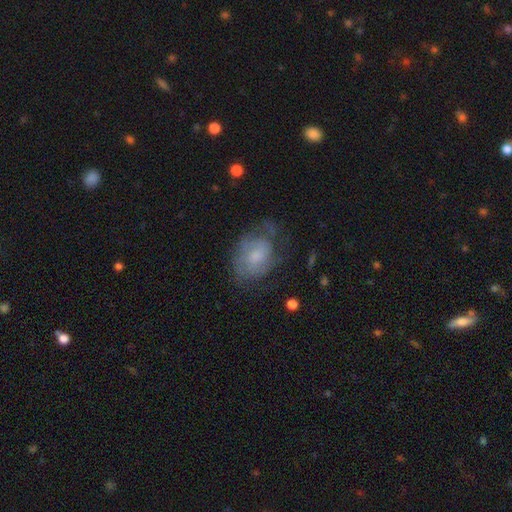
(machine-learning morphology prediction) smooth-or-featured: featured or disk: 48% | smooth: 44% | star or artifact: 9%
  merging: none: 47% | minor disturbance: 28% | major disturbance: 23% | merger: 2%